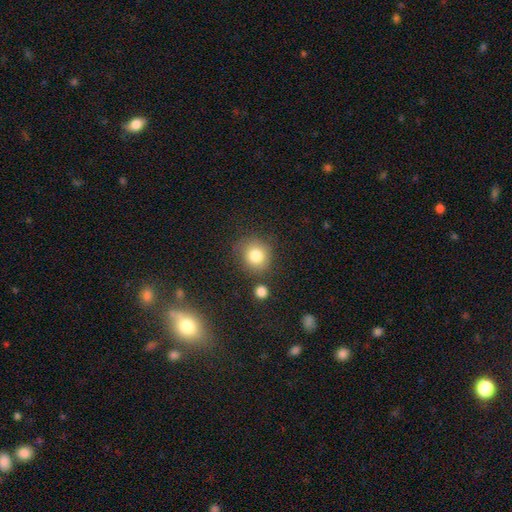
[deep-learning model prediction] This is clearly a smooth galaxy (81%). How rounded: clearly round (83%). Merging: likely none (75%).